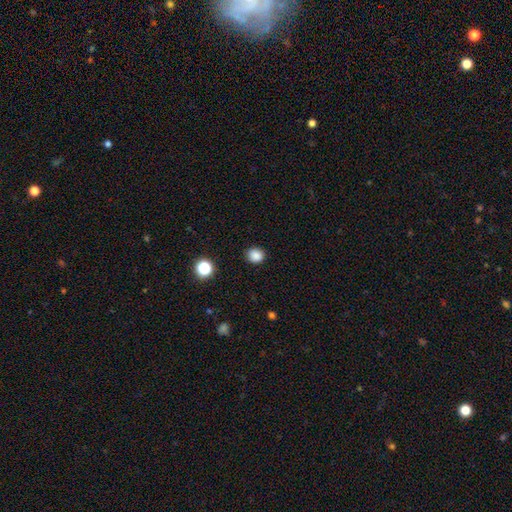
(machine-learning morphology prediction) Overall: smooth (86%). How rounded: round (76%). Merging: none (89%).